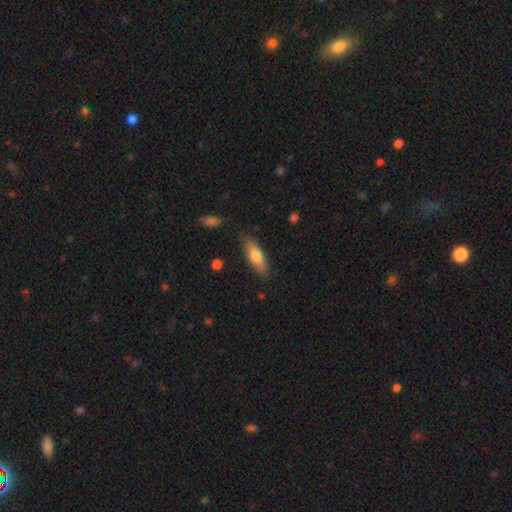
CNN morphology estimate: The model was most divided on "how rounded" (2-way tie): in between: 49%, cigar-shaped: 49%, round: 2%. More confident: merging — none (84%); smooth or featured — smooth (70%).